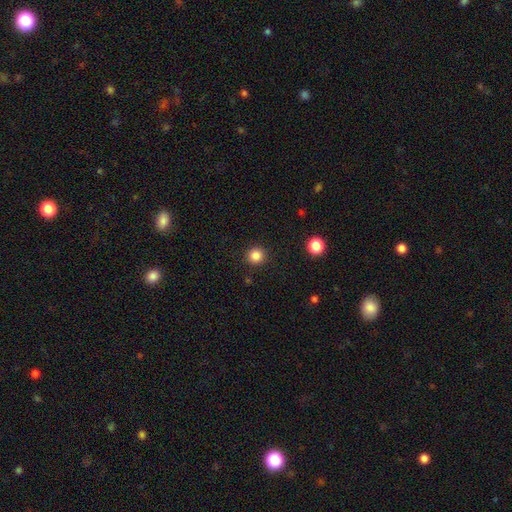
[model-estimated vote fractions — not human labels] Morphology: type=smooth (85%); roundness=round (94%); merging=none (92%).